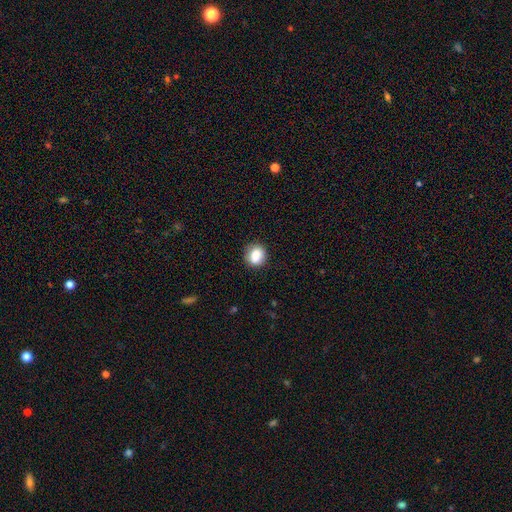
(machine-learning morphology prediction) Smooth or featured?
  - smooth: 85% *
  - star or artifact: 9%
  - featured or disk: 6%
How rounded?
  - round: 66% *
  - in between: 32%
  - cigar-shaped: 1%
Merging?
  - none: 77% *
  - minor disturbance: 17%
  - major disturbance: 4%
  - merger: 2%